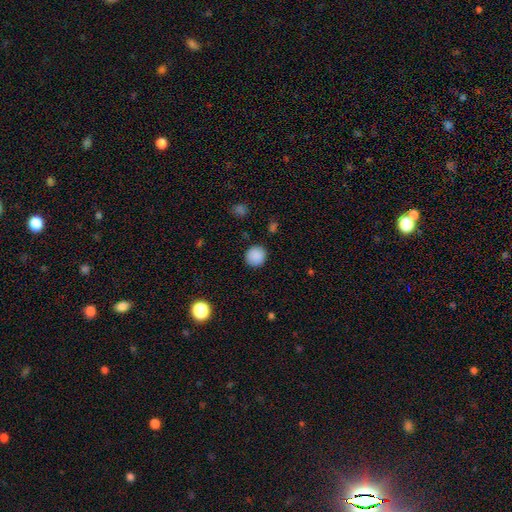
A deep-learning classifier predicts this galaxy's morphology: smooth-or-featured: smooth: 88% | star or artifact: 9% | featured or disk: 3%
  how-rounded: round: 92% | in between: 7% | cigar-shaped: 1%
  merging: none: 89% | minor disturbance: 7% | major disturbance: 2% | merger: 1%